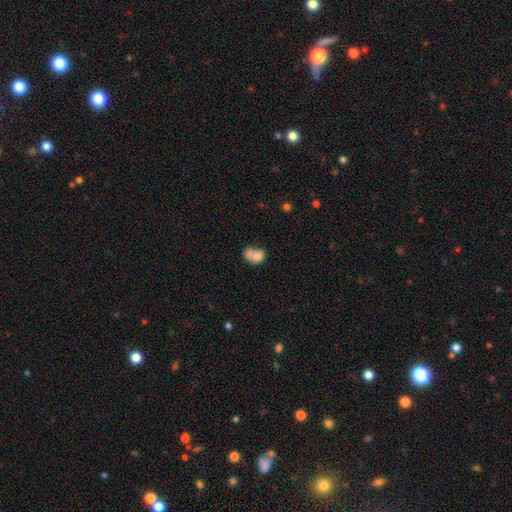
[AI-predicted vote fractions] Smooth or featured?
  - smooth: 75% *
  - featured or disk: 16%
  - star or artifact: 9%
How rounded?
  - in between: 54% *
  - round: 45%
  - cigar-shaped: 1%
Merging?
  - merger: 64% *
  - none: 21%
  - minor disturbance: 9%
  - major disturbance: 6%